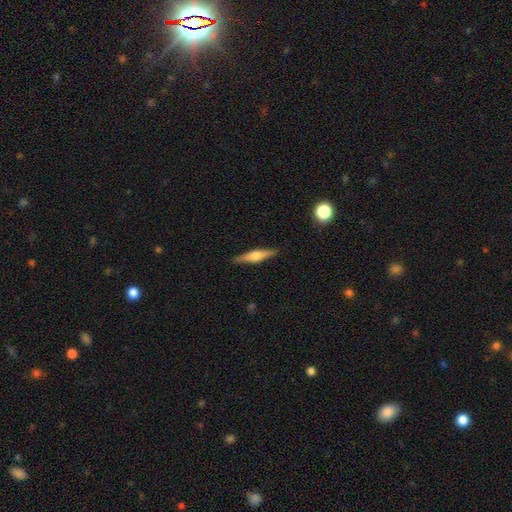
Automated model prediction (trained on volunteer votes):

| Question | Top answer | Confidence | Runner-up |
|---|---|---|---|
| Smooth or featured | featured or disk | 60% | smooth (34%) |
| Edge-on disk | yes | 96% | no (4%) |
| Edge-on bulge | rounded | 86% | boxy (10%) |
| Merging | none | 89% | minor disturbance (8%) |